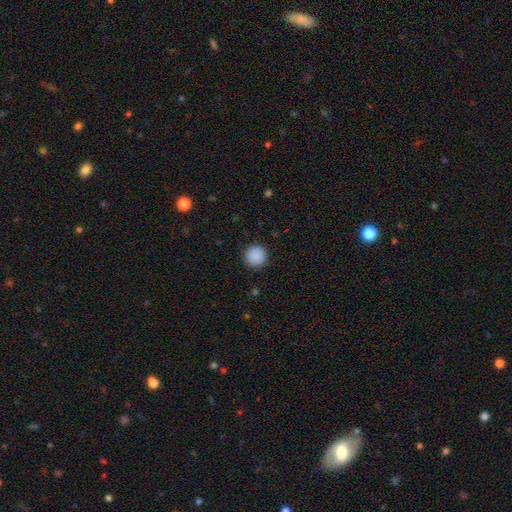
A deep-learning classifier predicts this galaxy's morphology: This appears to be a smooth galaxy with no disk features (90%) that is round (96%). Merging: none (92%).